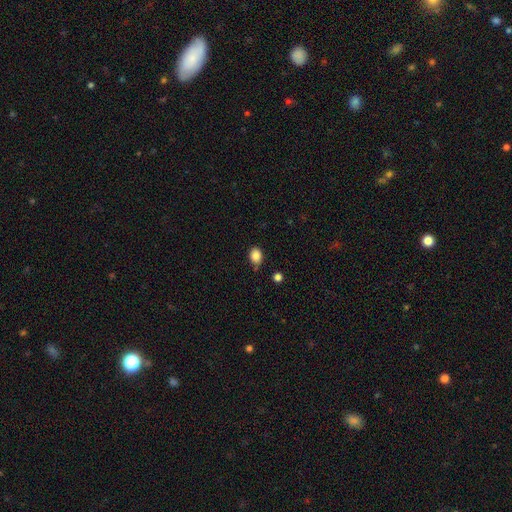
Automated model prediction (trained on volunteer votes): The model was most divided on "how rounded": in between: 62%, round: 37%, cigar-shaped: 1%. More confident: smooth or featured — smooth (86%); merging — none (77%).